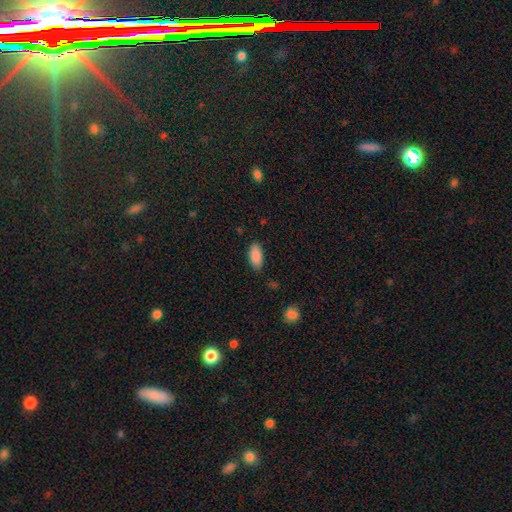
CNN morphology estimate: smooth_or_featured: smooth (p=0.89) [alt: star or artifact p=0.07]
how_rounded: in between (p=0.90) [alt: cigar-shaped p=0.07]
merging: none (p=0.82) [alt: minor disturbance p=0.14]